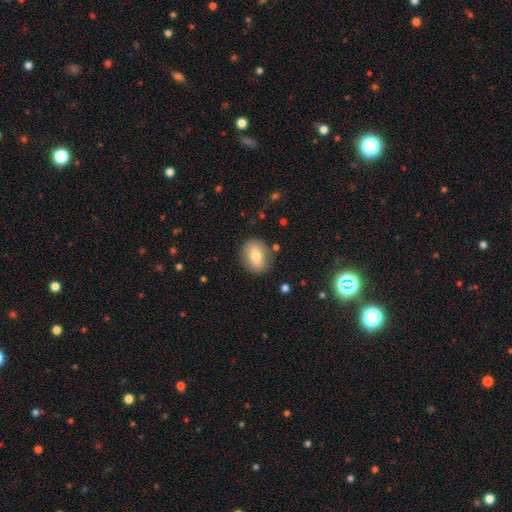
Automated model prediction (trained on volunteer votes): Smooth or featured?
  - smooth: 70% *
  - featured or disk: 21%
  - star or artifact: 8%
How rounded?
  - in between: 53% *
  - round: 45%
  - cigar-shaped: 2%
Merging?
  - none: 84% *
  - minor disturbance: 11%
  - major disturbance: 3%
  - merger: 2%